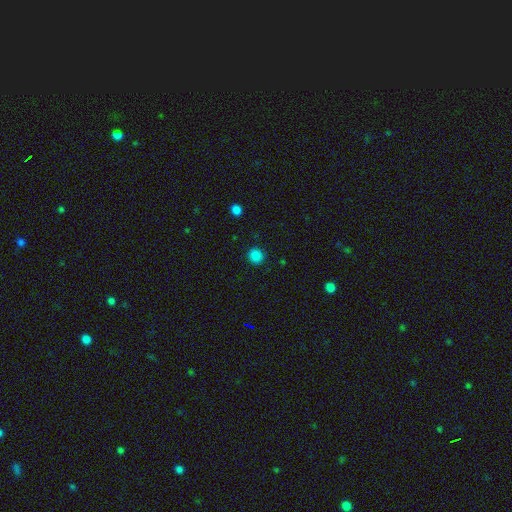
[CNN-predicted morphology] A smooth galaxy with no disk features (85%) that is round (92%). Merging: none (91%).